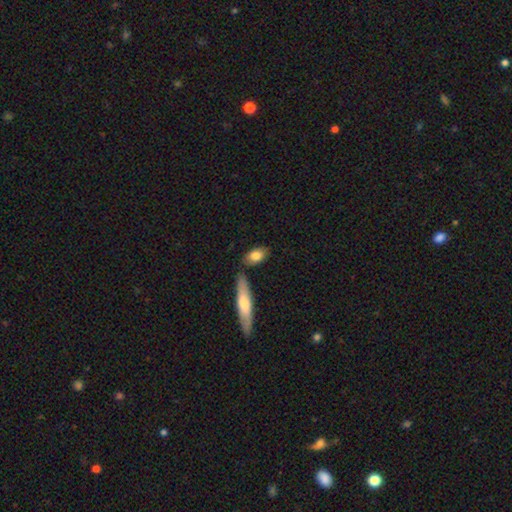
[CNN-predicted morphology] A smooth galaxy with no disk features (80%) that is in between round and cigar-shaped (84%).

Vote fractions:
- Smooth or featured? smooth: 80% / featured or disk: 14% / star or artifact: 6%
- How rounded? in between: 84% / cigar-shaped: 11% / round: 6%
- Merging? none: 73% / minor disturbance: 13% / merger: 10% / major disturbance: 3%